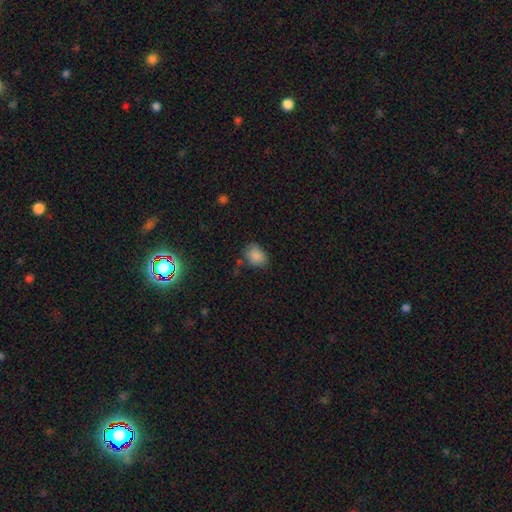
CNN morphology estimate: Smooth or featured? Predicted: smooth (p=0.86). How rounded? Predicted: in between (p=0.62). Merging? Predicted: none (p=0.67).